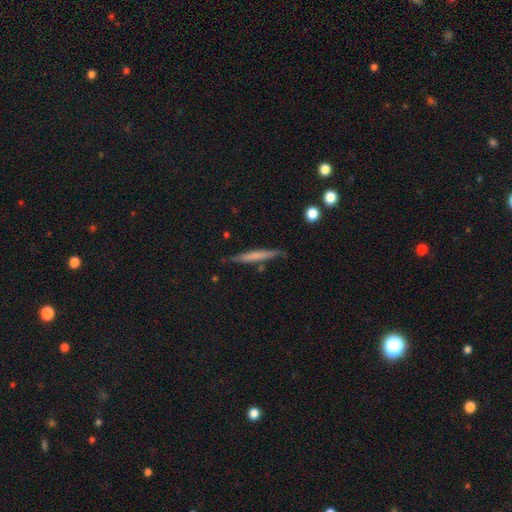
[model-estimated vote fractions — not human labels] Smooth or featured: smooth — 56% (featured or disk — 38%)
How rounded: cigar-shaped — 95% (in between — 3%)
Merging: none — 83% (minor disturbance — 12%)